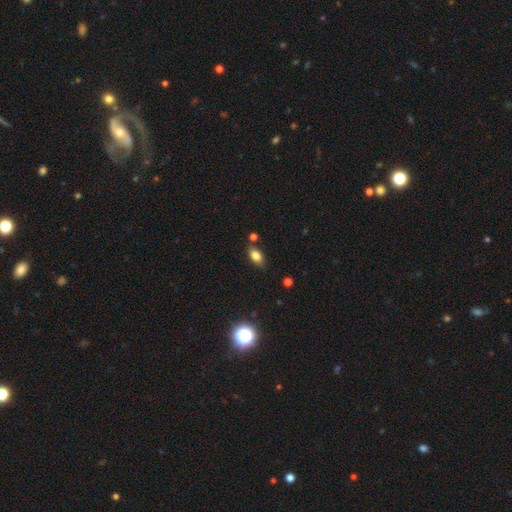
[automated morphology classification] Smooth or featured?
  - smooth: 80% *
  - star or artifact: 10%
  - featured or disk: 10%
How rounded?
  - in between: 87% *
  - round: 7%
  - cigar-shaped: 6%
Merging?
  - none: 73% *
  - minor disturbance: 16%
  - merger: 7%
  - major disturbance: 4%